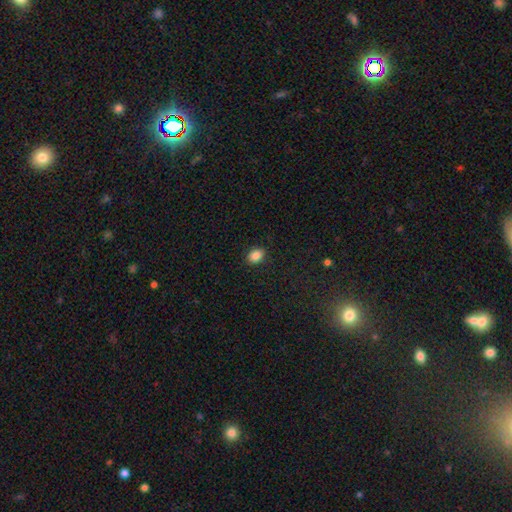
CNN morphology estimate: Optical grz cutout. It shows a smooth galaxy with no disk features (87%) that is in between round and cigar-shaped (72%). Merging: none (89%).